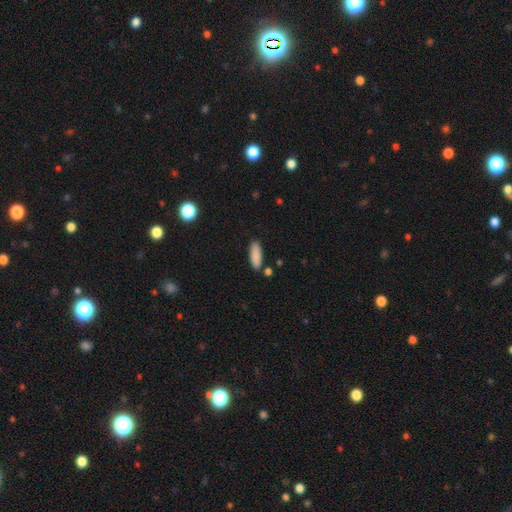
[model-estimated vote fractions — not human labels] smooth-or-featured: smooth: 88% | star or artifact: 7% | featured or disk: 6%
  how-rounded: in between: 66% | cigar-shaped: 32% | round: 2%
  merging: none: 83% | minor disturbance: 10% | merger: 4% | major disturbance: 2%